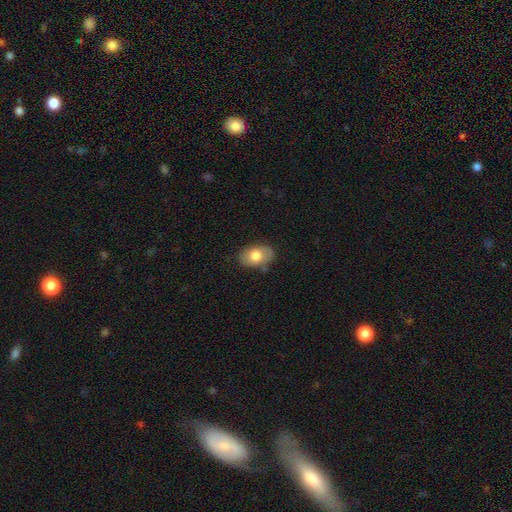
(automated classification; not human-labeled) Overall: smooth (76%). How rounded: in between (88%). Merging: none (80%).